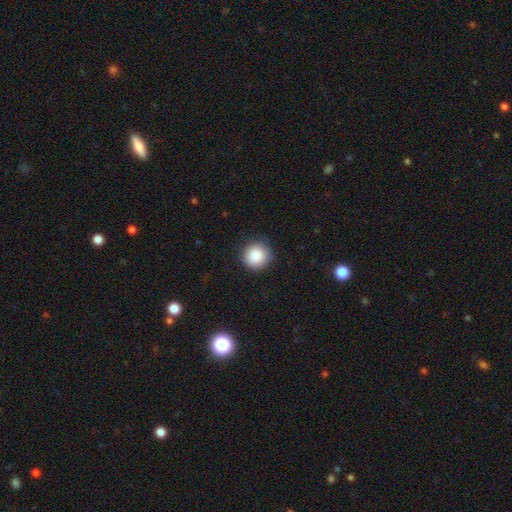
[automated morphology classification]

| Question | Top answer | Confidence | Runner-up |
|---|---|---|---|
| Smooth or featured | smooth | 88% | star or artifact (8%) |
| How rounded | round | 94% | in between (5%) |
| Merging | none | 88% | minor disturbance (9%) |